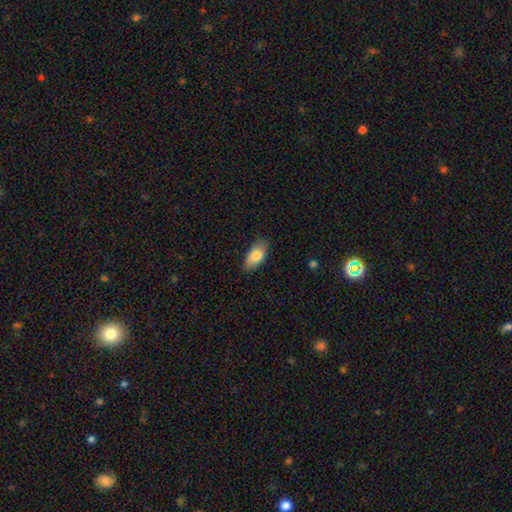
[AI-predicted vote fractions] This appears to be a smooth galaxy with no disk features (84%) that is in between round and cigar-shaped (90%). Merging: none (77%).